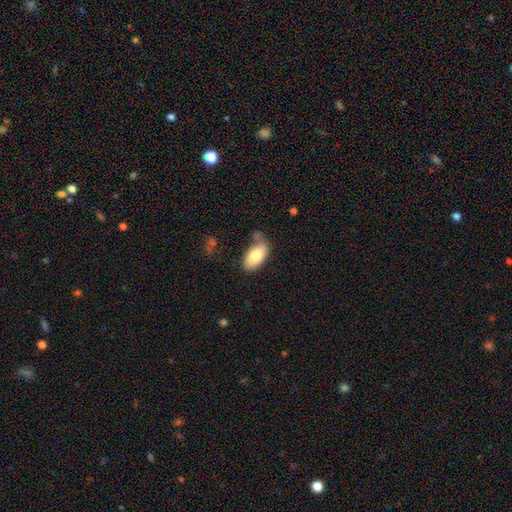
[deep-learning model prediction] smooth 84%, featured or disk 10%, star or artifact 6%. Down the decision tree: how rounded — in between (94%); merging — none (65%).